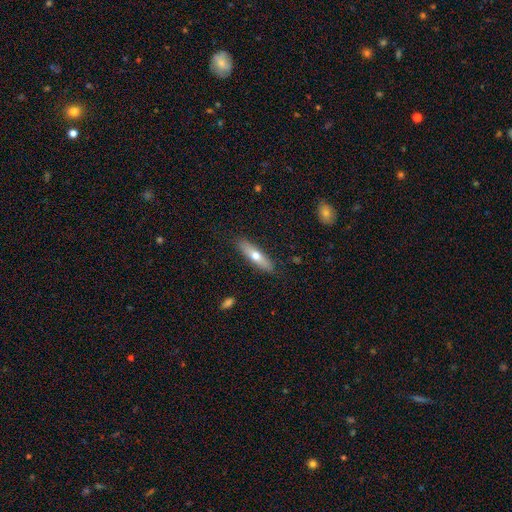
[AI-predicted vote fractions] A smooth galaxy with no disk features (57%) that is cigar-shaped (72%).

Vote fractions:
- Smooth or featured? smooth: 57% / featured or disk: 37% / star or artifact: 6%
- How rounded? cigar-shaped: 72% / in between: 26% / round: 2%
- Merging? none: 88% / minor disturbance: 9% / major disturbance: 2% / merger: 1%